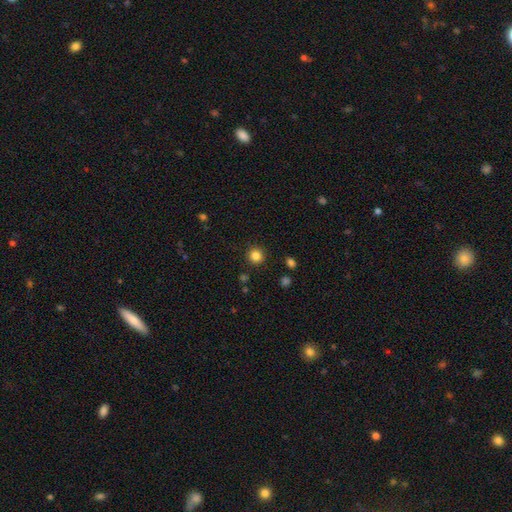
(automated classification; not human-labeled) Smooth or featured? smooth (84%)
How rounded? round (94%)
Merging? none (90%)